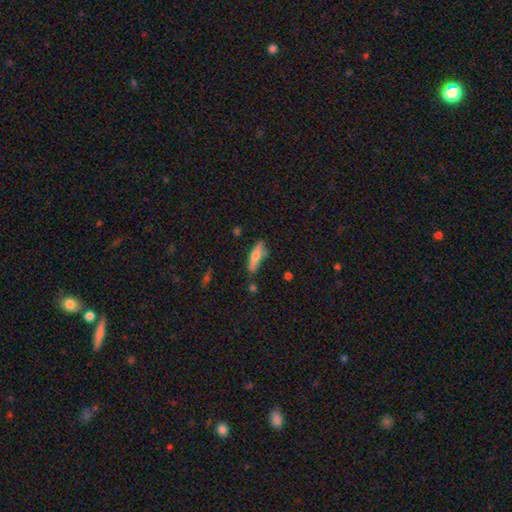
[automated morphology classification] This appears to be a smooth galaxy with no disk features (59%) that is cigar-shaped (65%). Merging: none (64%).